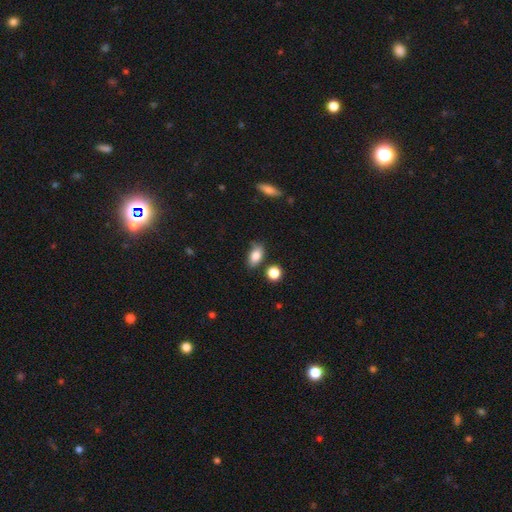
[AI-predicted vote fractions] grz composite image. It shows a smooth galaxy with no disk features (83%) that is in between round and cigar-shaped (86%). Merging: none (67%).